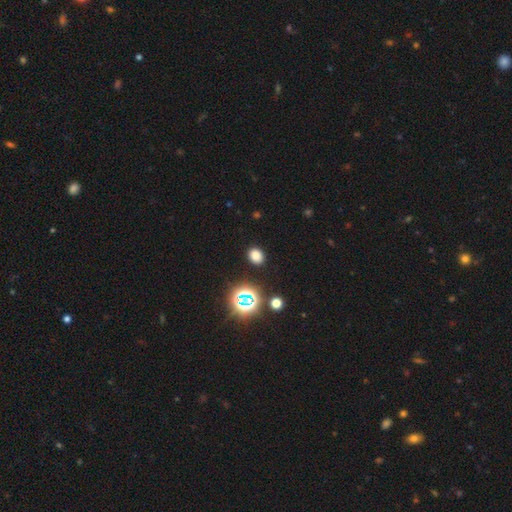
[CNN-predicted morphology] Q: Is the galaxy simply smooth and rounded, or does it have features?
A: smooth — 74%.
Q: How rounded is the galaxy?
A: in between — 55%.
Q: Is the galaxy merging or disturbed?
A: none — 88%.